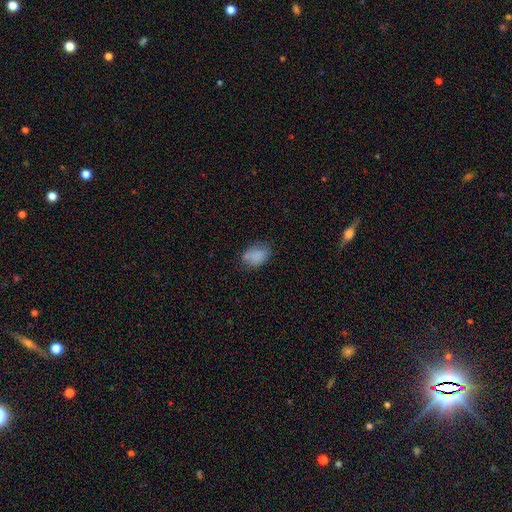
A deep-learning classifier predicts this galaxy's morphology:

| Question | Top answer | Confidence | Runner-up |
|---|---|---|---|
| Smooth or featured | smooth | 81% | featured or disk (10%) |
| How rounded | in between | 80% | round (18%) |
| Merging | none | 62% | minor disturbance (26%) |